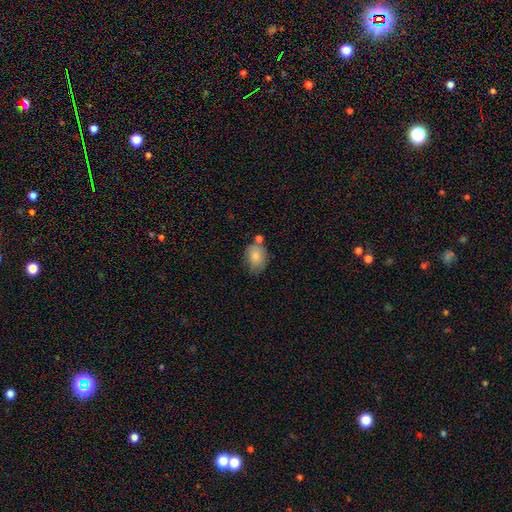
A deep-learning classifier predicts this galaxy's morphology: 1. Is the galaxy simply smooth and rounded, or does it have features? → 82% smooth, 11% featured or disk, 8% star or artifact.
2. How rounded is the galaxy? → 72% in between, 27% round, 1% cigar-shaped.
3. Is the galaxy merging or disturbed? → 51% none, 24% minor disturbance, 18% merger, 7% major disturbance.